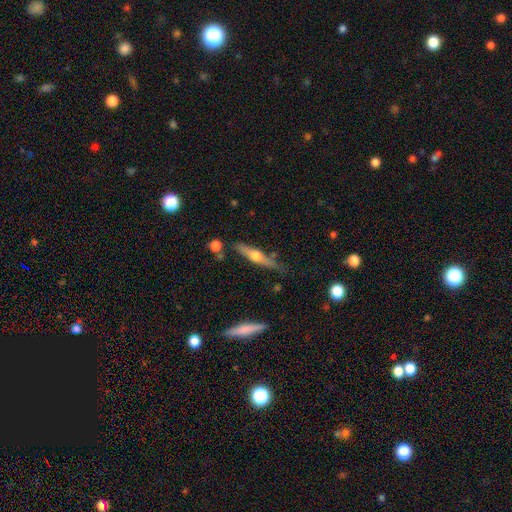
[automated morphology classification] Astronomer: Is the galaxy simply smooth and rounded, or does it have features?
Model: featured or disk — 59% (runner-up: smooth, 35%).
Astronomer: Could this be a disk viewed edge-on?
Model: yes — 94%.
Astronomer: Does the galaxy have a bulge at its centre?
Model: rounded — 92%.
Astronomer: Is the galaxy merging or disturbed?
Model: none — 75%.